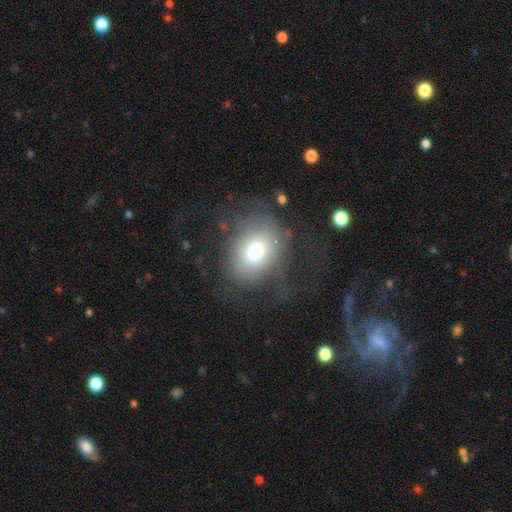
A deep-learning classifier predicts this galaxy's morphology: Smooth or featured?
  - smooth: 60% *
  - featured or disk: 28%
  - star or artifact: 12%
How rounded?
  - round: 58% *
  - in between: 41%
  - cigar-shaped: 1%
Merging?
  - none: 52% *
  - major disturbance: 29%
  - minor disturbance: 17%
  - merger: 2%